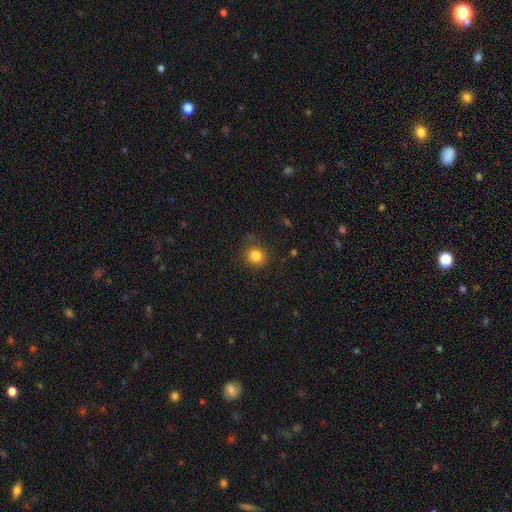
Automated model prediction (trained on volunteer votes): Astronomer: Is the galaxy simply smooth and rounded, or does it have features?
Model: smooth — 83%.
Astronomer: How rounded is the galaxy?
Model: round — 89%.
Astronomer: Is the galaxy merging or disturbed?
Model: none — 83%.